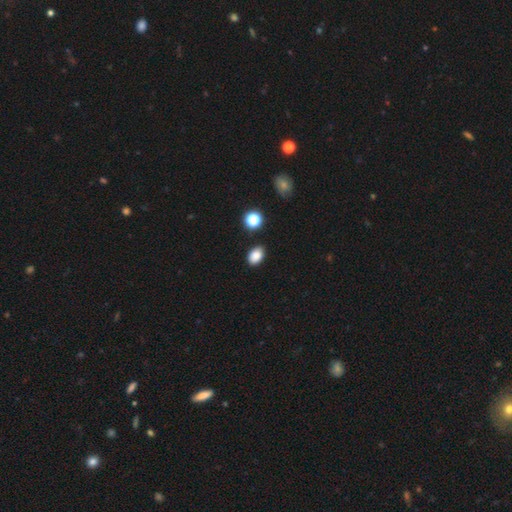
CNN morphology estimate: Smooth or featured: smooth — 86% (star or artifact — 10%)
How rounded: in between — 82% (round — 16%)
Merging: none — 86% (minor disturbance — 10%)